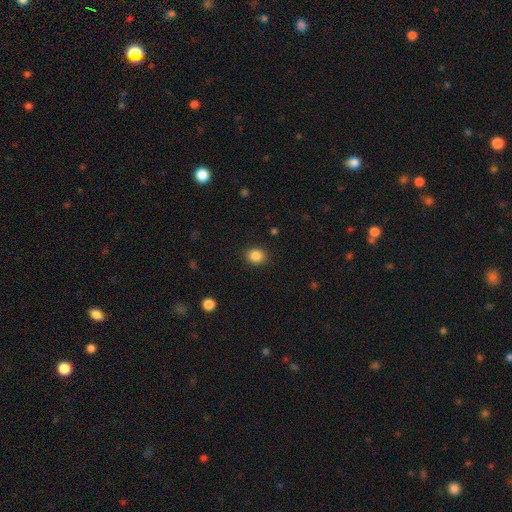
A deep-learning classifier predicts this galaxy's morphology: Smooth or featured: smooth — 86% (star or artifact — 10%)
How rounded: round — 62% (in between — 37%)
Merging: none — 89% (minor disturbance — 7%)